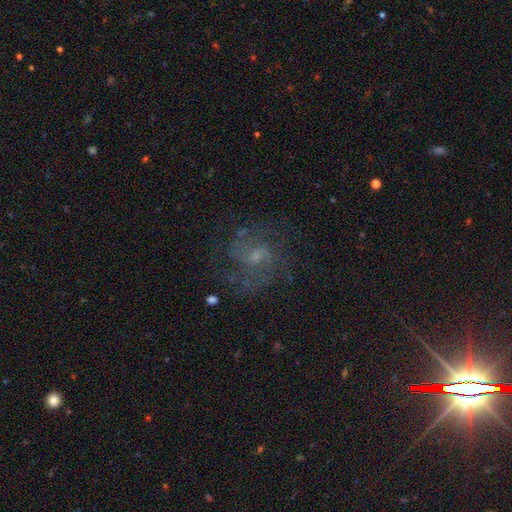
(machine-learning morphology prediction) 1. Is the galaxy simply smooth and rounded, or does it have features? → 70% featured or disk, 17% smooth, 13% star or artifact.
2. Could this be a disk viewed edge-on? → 97% no, 3% yes.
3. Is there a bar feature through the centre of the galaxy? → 50% weak, 42% no, 8% strong.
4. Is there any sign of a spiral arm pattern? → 86% yes, 14% no.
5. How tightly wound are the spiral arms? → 51% medium, 25% loose, 24% tight.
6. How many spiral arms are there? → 47% 2, 29% can't tell, 12% 3, 5% 1, 4% 4, 3% more than 4.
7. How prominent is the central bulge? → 50% small, 31% moderate, 15% none, 3% large, 1% dominant.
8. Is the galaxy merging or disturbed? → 66% none, 17% minor disturbance, 15% major disturbance, 2% merger.